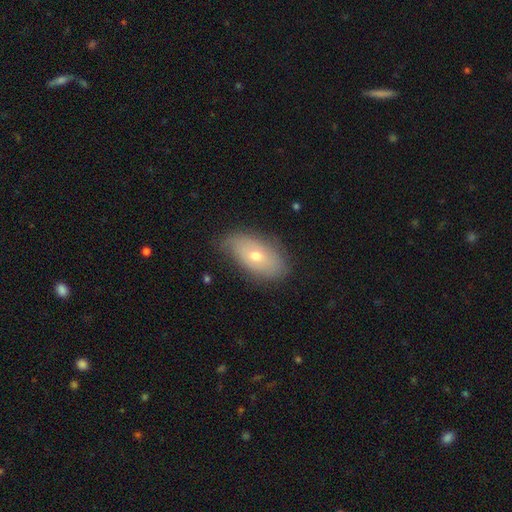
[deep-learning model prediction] smooth 55%, featured or disk 37%, star or artifact 8%. Down the decision tree: how rounded — in between (90%); merging — none (70%).